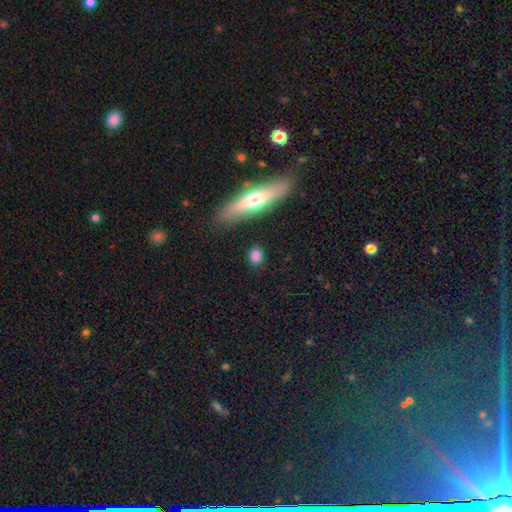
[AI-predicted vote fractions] smooth 82%, featured or disk 9%, star or artifact 9%. Down the decision tree: how rounded — round (54%); merging — none (84%).